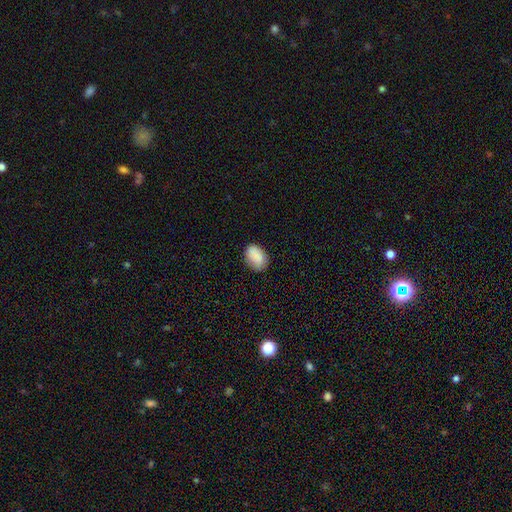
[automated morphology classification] smooth 88%, star or artifact 7%, featured or disk 5%. Down the decision tree: how rounded — in between (83%); merging — none (77%).